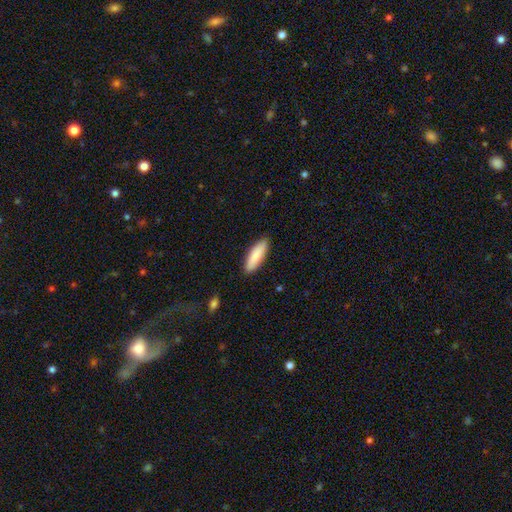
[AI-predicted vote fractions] smooth 85%, featured or disk 10%, star or artifact 5%. Down the decision tree: how rounded — cigar-shaped (51%); merging — none (88%).